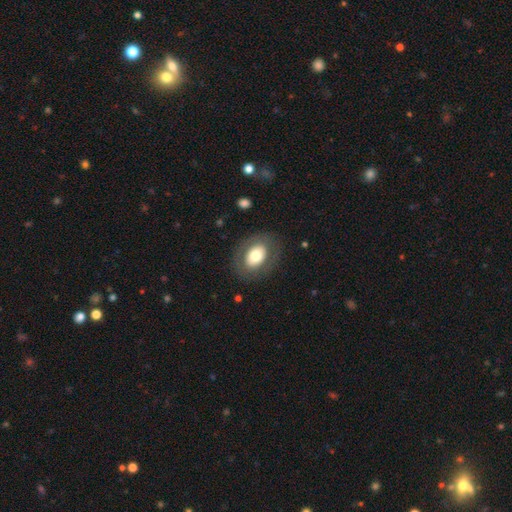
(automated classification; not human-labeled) smooth_or_featured: smooth (p=0.64) [alt: featured or disk p=0.28]
how_rounded: in between (p=0.75) [alt: round p=0.23]
merging: none (p=0.82) [alt: minor disturbance p=0.11]